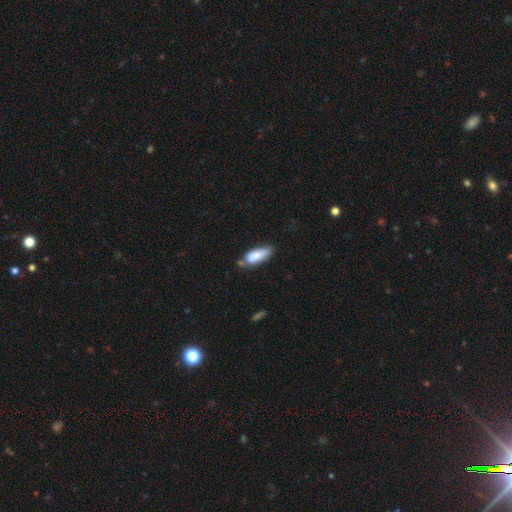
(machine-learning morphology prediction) Q: Smooth or featured?
A: smooth (80%); runner-up: featured or disk (13%)
Q: How rounded?
A: in between (71%); runner-up: cigar-shaped (27%)
Q: Merging?
A: none (51%); runner-up: minor disturbance (31%)